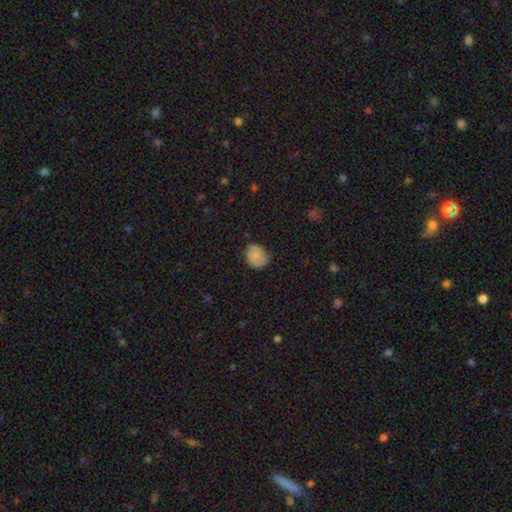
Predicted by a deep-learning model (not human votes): Morphology: type=smooth (80%); roundness=round (60%); merging=none (76%).